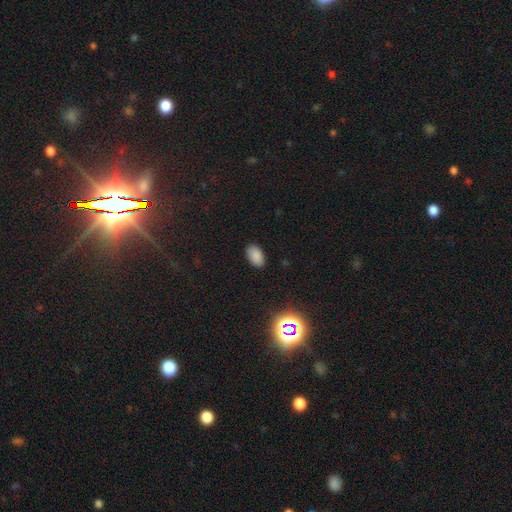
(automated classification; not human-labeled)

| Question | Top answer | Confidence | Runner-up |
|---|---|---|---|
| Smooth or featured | smooth | 85% | star or artifact (12%) |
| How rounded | in between | 93% | round (6%) |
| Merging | none | 87% | minor disturbance (9%) |